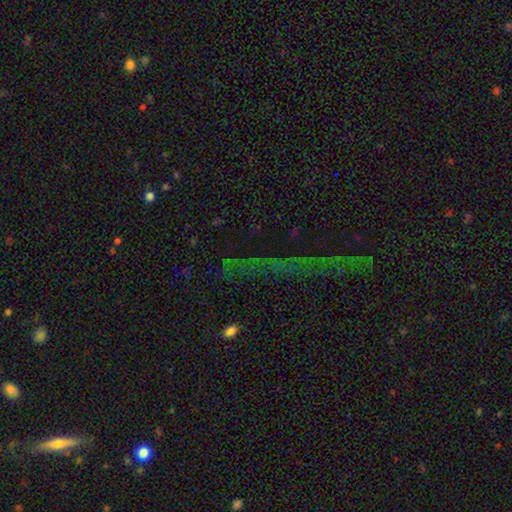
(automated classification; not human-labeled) Q: Smooth or featured?
A: star or artifact (73%); runner-up: smooth (15%)